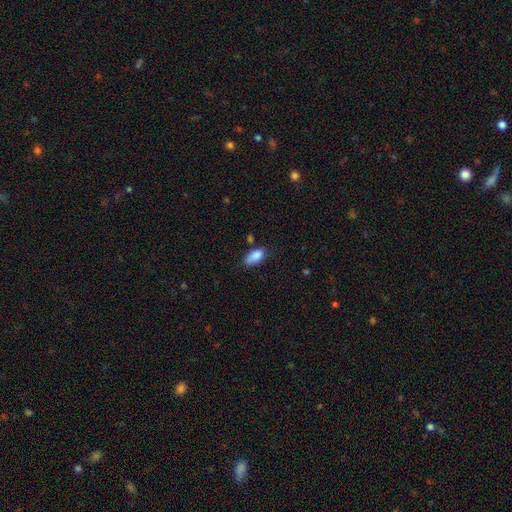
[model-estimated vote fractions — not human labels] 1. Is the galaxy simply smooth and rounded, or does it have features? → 86% smooth, 8% star or artifact, 6% featured or disk.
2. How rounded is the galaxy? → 90% in between, 6% cigar-shaped, 4% round.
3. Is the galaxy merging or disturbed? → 58% none, 30% minor disturbance, 7% major disturbance, 5% merger.